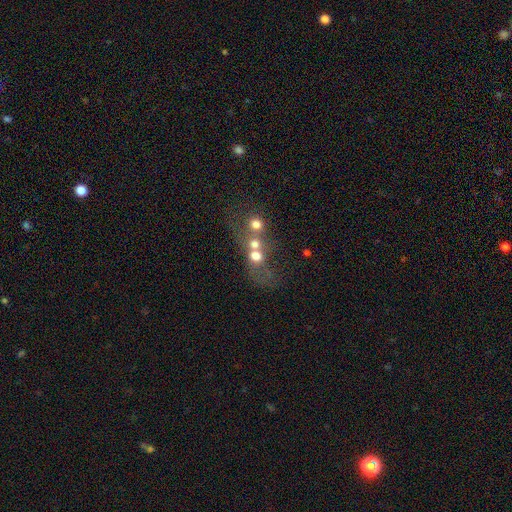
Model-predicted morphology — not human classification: The model was most divided on "smooth or featured": smooth: 58%, featured or disk: 25%, star or artifact: 17%. More confident: how rounded — round (69%); merging — merger (59%).